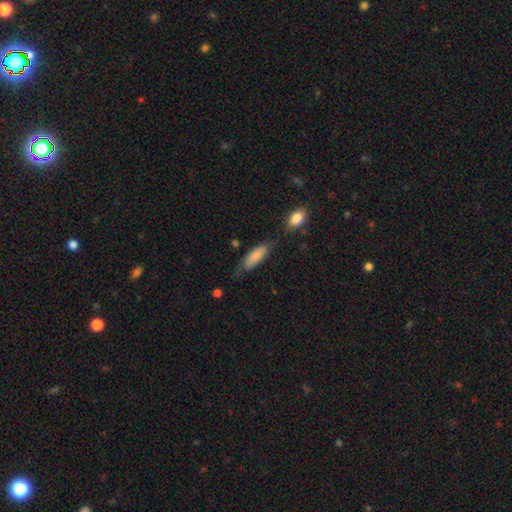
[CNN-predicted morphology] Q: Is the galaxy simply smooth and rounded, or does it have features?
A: smooth — 80%.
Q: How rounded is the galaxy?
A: in between — 62%.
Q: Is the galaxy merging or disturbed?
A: none — 54%.